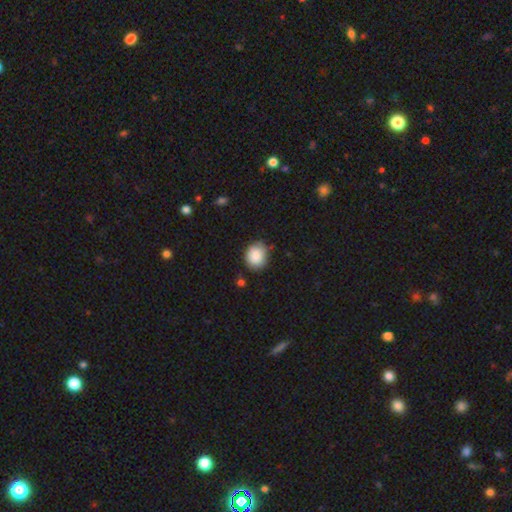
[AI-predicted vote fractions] Smooth or featured? Predicted: smooth (p=0.87). How rounded? Predicted: round (p=0.58). Merging? Predicted: none (p=0.75).